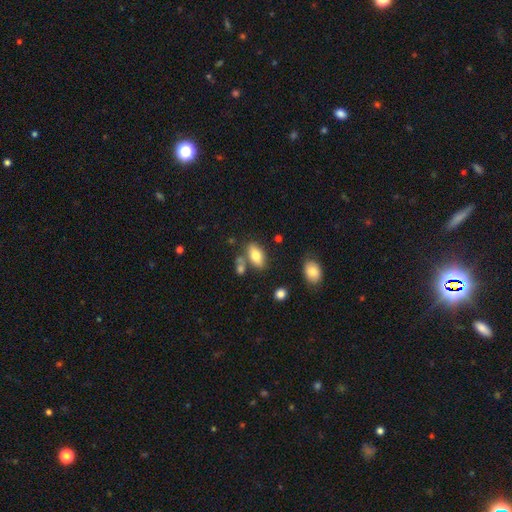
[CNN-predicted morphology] This appears to be a smooth galaxy with no disk features (79%) that is in between round and cigar-shaped (90%). Merging: none (68%).